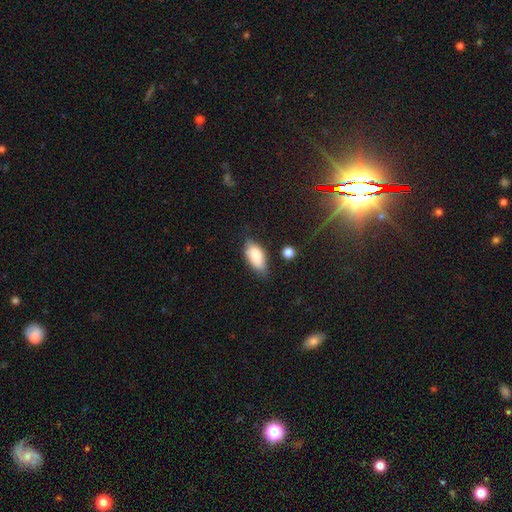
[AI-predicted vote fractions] This appears to be a smooth galaxy with no disk features (82%) that is in between round and cigar-shaped (89%). Merging: none (66%).